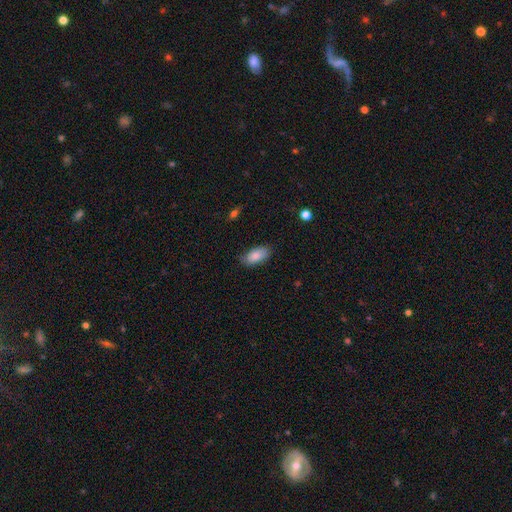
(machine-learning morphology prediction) Q: Smooth or featured?
A: smooth (84%); runner-up: featured or disk (9%)
Q: How rounded?
A: in between (92%); runner-up: cigar-shaped (5%)
Q: Merging?
A: none (79%); runner-up: minor disturbance (16%)